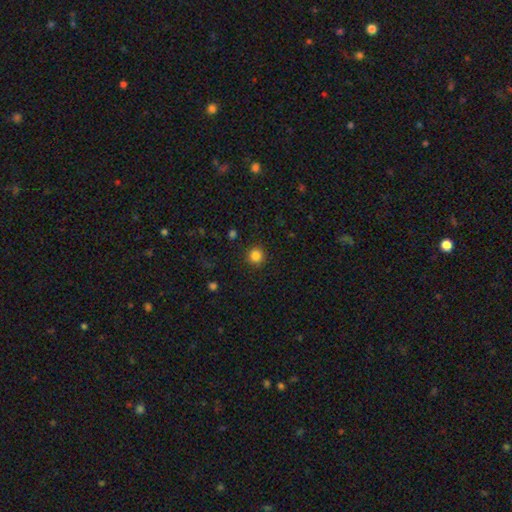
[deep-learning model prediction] Overall: smooth (85%). How rounded: round (93%). Merging: none (90%).